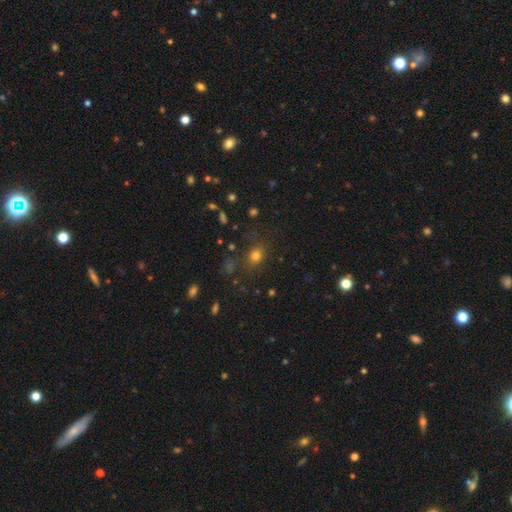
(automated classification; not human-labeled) Smooth or featured: smooth — 75% (star or artifact — 18%)
How rounded: round — 58% (in between — 40%)
Merging: none — 77% (minor disturbance — 13%)